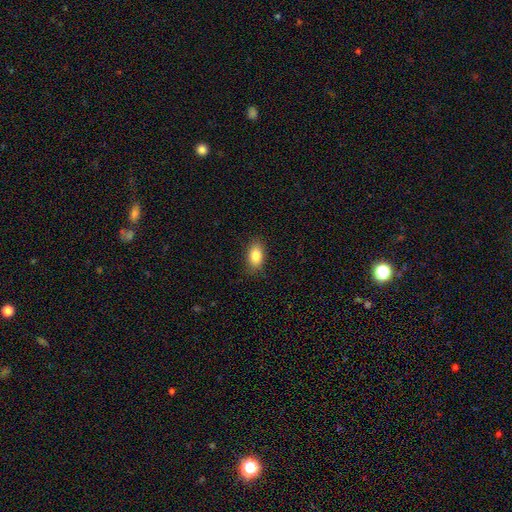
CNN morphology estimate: smooth 84%, star or artifact 8%, featured or disk 8%. Down the decision tree: how rounded — in between (89%); merging — none (86%).